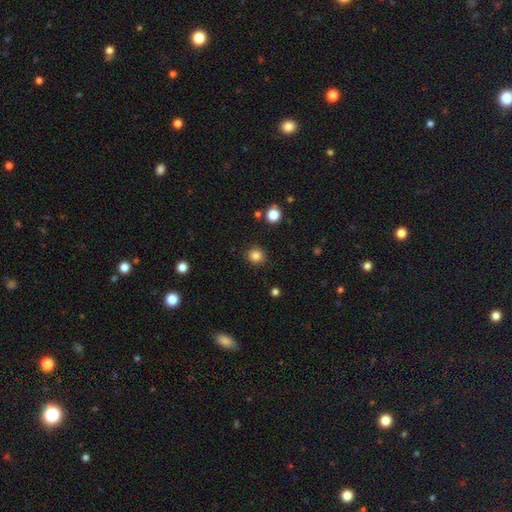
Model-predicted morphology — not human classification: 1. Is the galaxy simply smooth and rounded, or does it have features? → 83% smooth, 12% star or artifact, 5% featured or disk.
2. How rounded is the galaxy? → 89% round, 10% in between, 1% cigar-shaped.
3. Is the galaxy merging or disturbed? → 90% none, 6% minor disturbance, 2% major disturbance, 2% merger.